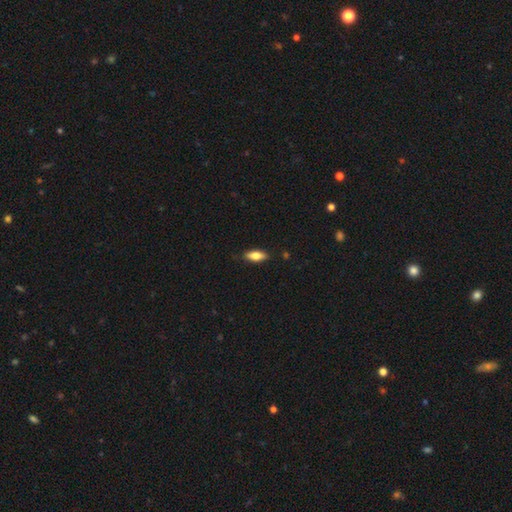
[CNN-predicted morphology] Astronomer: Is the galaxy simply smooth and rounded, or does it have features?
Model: smooth — 72%.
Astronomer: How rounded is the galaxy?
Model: in between — 75%.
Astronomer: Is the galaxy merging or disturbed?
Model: none — 86%.